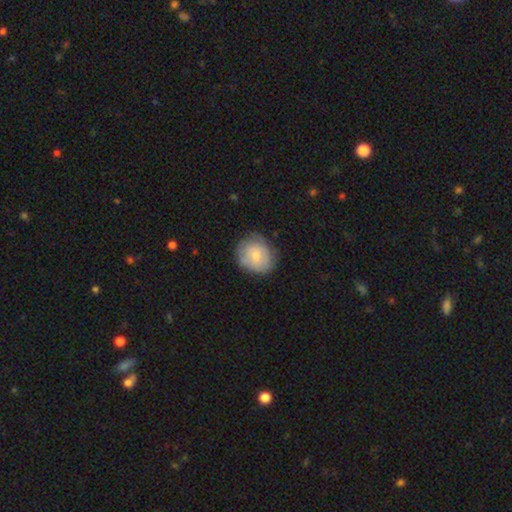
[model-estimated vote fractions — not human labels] Smooth or featured?
  - smooth: 67% *
  - featured or disk: 26%
  - star or artifact: 7%
How rounded?
  - round: 75% *
  - in between: 24%
  - cigar-shaped: 1%
Merging?
  - none: 70% *
  - minor disturbance: 22%
  - major disturbance: 6%
  - merger: 1%